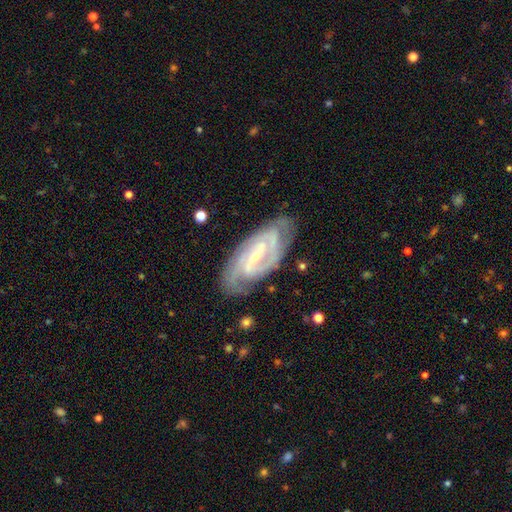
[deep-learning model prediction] A featured or disk galaxy (88%) with a weak bar (44%), 2 (54%) tight (56%) spiral arms (97%) and a small central bulge (72%).

Vote fractions:
- Smooth or featured? featured or disk: 88% / smooth: 7% / star or artifact: 5%
- Edge-on disk? no: 94% / yes: 6%
- Bar? weak: 44% / strong: 34% / no: 22%
- Spiral arms? yes: 97% / no: 3%
- Spiral winding? tight: 56% / medium: 36% / loose: 8%
- Spiral arm count? 2: 54% / 3: 18% / can't tell: 15% / 4: 6% / 1: 3% / more than 4: 3%
- Bulge size? small: 72% / moderate: 23% / none: 3% / large: 1% / dominant: 1%
- Merging? none: 76% / minor disturbance: 17% / major disturbance: 5% / merger: 2%